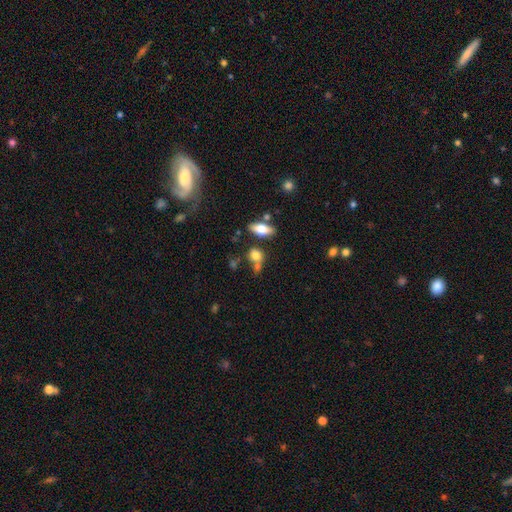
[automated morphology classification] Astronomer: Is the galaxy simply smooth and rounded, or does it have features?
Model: smooth — 75%.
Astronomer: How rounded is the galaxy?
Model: round — 46%, tied with in between at 46%.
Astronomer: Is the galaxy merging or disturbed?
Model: none — 56%.